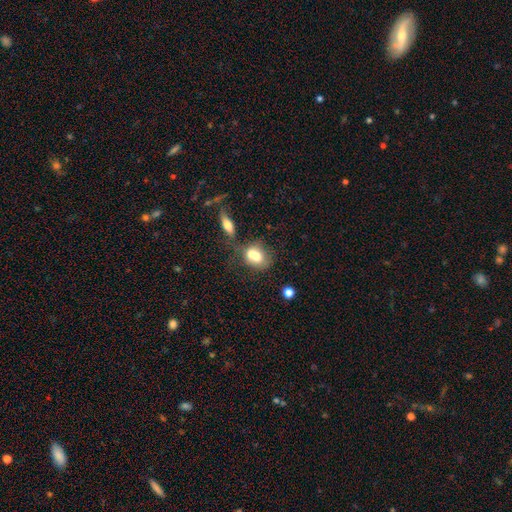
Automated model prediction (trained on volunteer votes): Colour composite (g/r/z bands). It shows a smooth galaxy with no disk features (69%) that is in between round and cigar-shaped (64%). Merging: merger (50%).